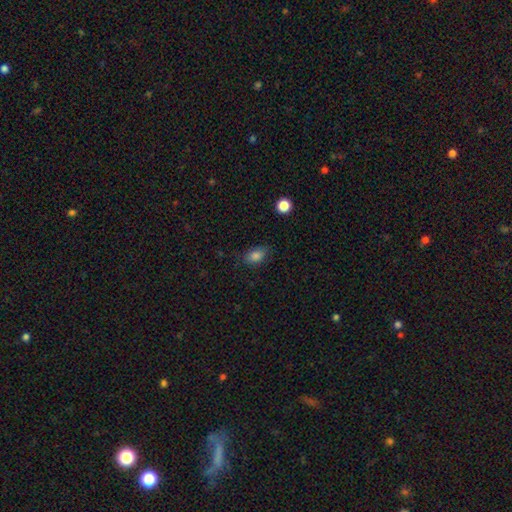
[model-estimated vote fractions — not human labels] Smooth or featured: smooth — 83% (star or artifact — 11%)
How rounded: in between — 82% (round — 15%)
Merging: none — 77% (minor disturbance — 18%)